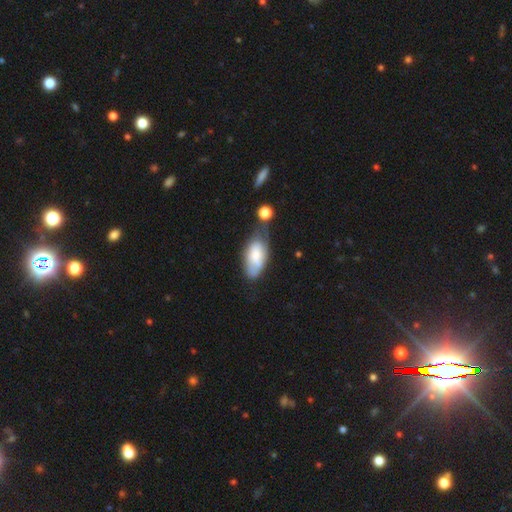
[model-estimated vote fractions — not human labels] Smooth or featured? smooth (60%)
How rounded? in between (90%)
Merging? none (32%, tied with minor disturbance)